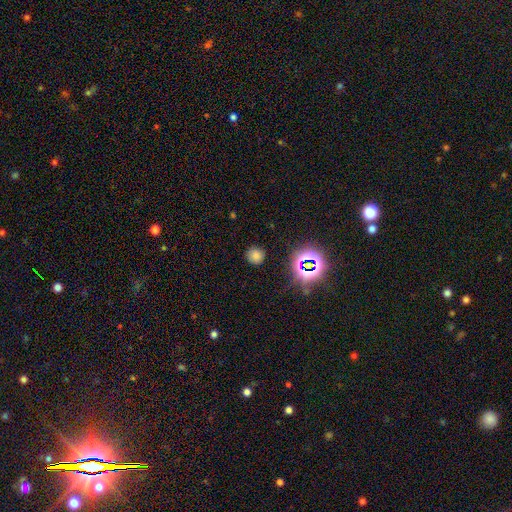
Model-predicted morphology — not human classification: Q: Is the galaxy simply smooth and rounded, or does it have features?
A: smooth — 70%.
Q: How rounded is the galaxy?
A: round — 91%.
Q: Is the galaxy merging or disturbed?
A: none — 87%.